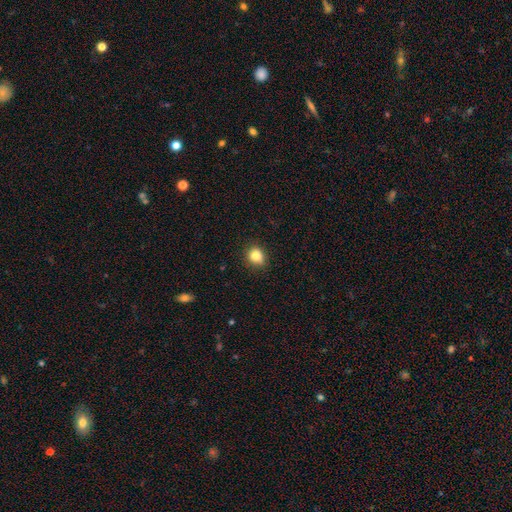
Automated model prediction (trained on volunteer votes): A smooth galaxy with no disk features (83%) that is round (71%).

Vote fractions:
- Smooth or featured? smooth: 83% / star or artifact: 11% / featured or disk: 6%
- How rounded? round: 71% / in between: 28% / cigar-shaped: 1%
- Merging? none: 82% / minor disturbance: 14% / major disturbance: 3% / merger: 1%